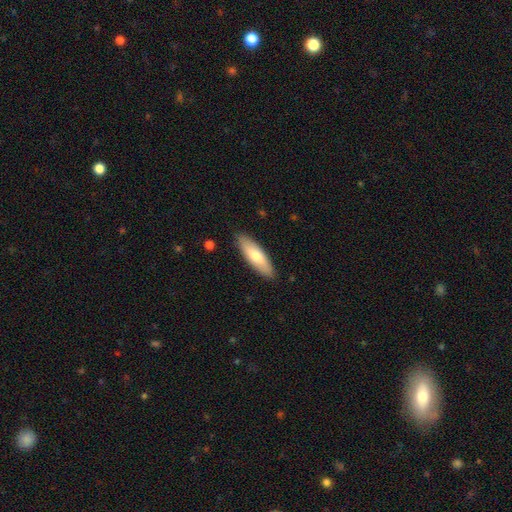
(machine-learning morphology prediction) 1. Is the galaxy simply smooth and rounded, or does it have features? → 73% smooth, 21% featured or disk, 5% star or artifact.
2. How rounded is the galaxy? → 51% in between, 47% cigar-shaped, 2% round.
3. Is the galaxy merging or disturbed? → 88% none, 9% minor disturbance, 2% major disturbance, 1% merger.